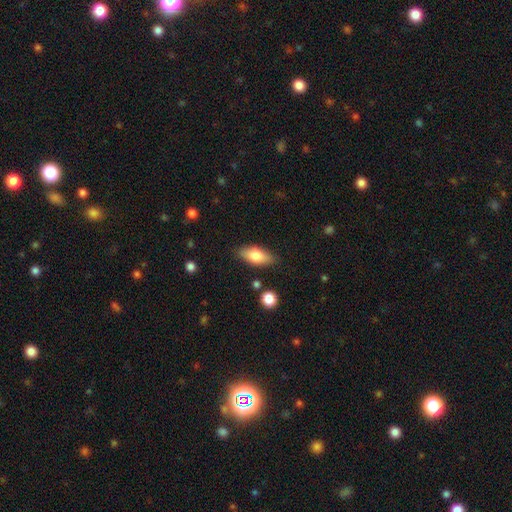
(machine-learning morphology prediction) Smooth or featured?
  - smooth: 75% *
  - featured or disk: 19%
  - star or artifact: 7%
How rounded?
  - in between: 82% *
  - cigar-shaped: 14%
  - round: 4%
Merging?
  - none: 83% *
  - minor disturbance: 12%
  - major disturbance: 3%
  - merger: 2%